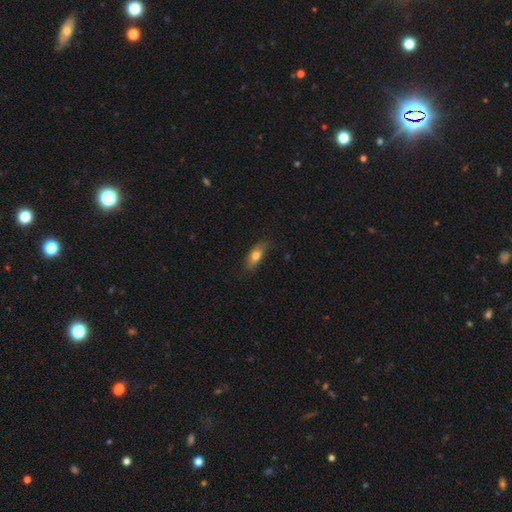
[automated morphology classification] Smooth or featured? smooth (72%)
How rounded? in between (75%)
Merging? none (71%)